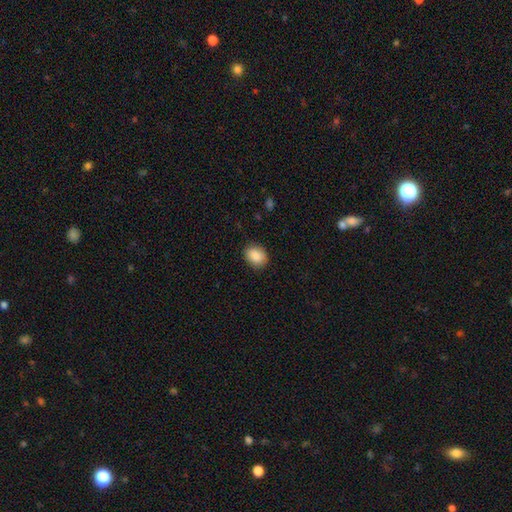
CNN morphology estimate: This appears to be a smooth galaxy with no disk features (89%) that is in between round and cigar-shaped (67%). Merging: none (85%).